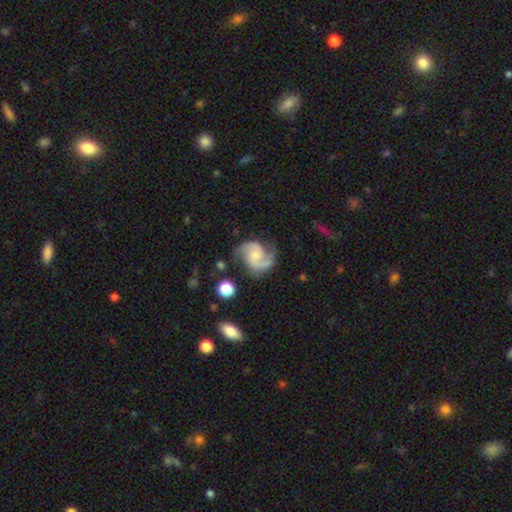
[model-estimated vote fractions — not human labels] The model was most divided on "bulge size": small: 51%, moderate: 36%, none: 9%, large: 3%, dominant: 1%. More confident: edge-on disk — no (98%); spiral arms — yes (98%); spiral arm count — 2 (91%); smooth or featured — featured or disk (90%); merging — none (72%); spiral winding — medium (58%); bar — no (58%).